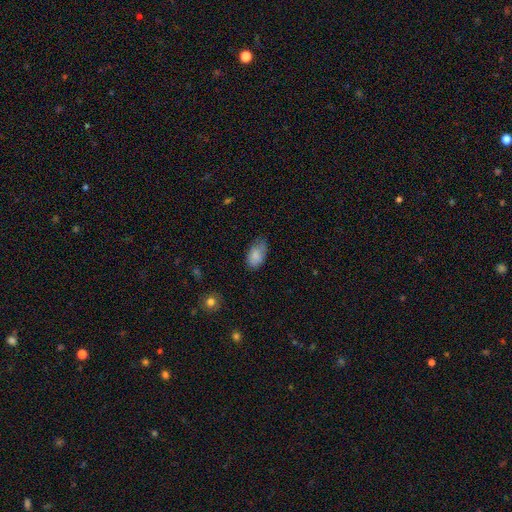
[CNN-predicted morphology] Smooth or featured? Predicted: smooth (p=0.84). How rounded? Predicted: in between (p=0.93). Merging? Predicted: none (p=0.56).